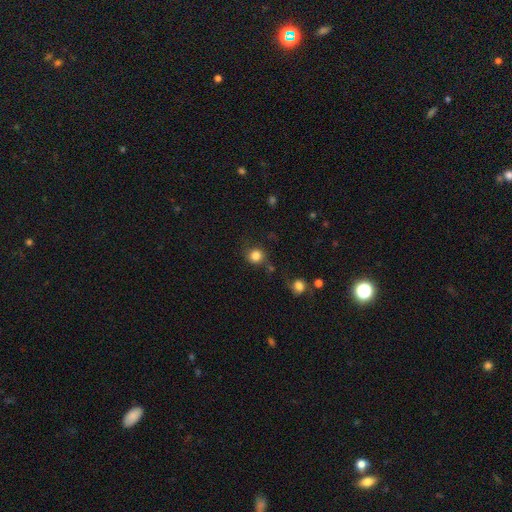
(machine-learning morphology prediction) Q: Smooth or featured?
A: smooth (83%); runner-up: star or artifact (11%)
Q: How rounded?
A: round (89%); runner-up: in between (10%)
Q: Merging?
A: none (72%); runner-up: minor disturbance (14%)